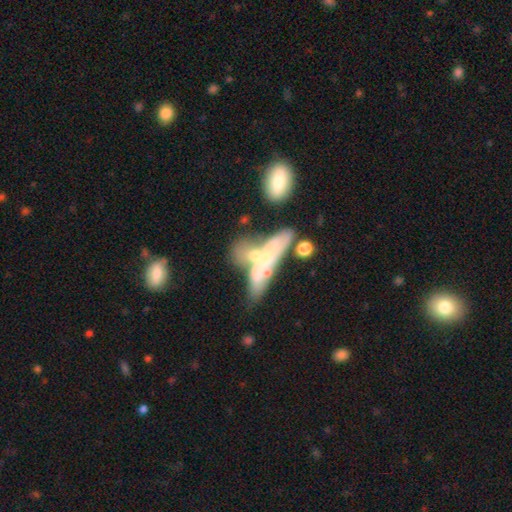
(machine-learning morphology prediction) type=featured or disk (48%); merging=merger (43%).